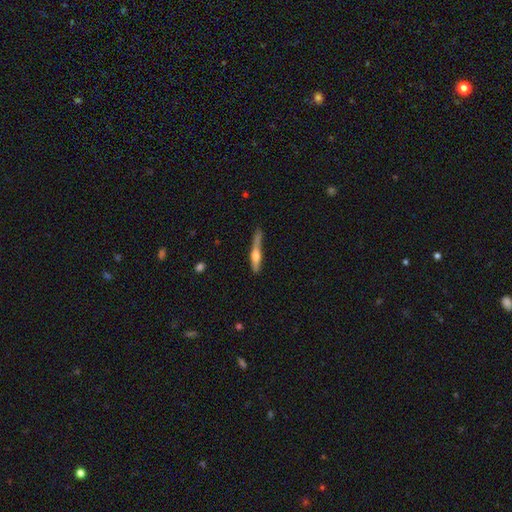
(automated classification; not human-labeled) The model was most divided on "smooth or featured": smooth: 49%, featured or disk: 45%, star or artifact: 6%. More confident: merging — none (59%).